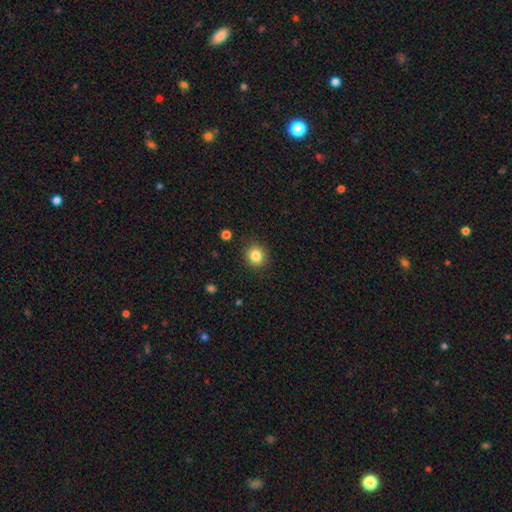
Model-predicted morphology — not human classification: smooth_or_featured: smooth (p=0.84) [alt: star or artifact p=0.11]
how_rounded: round (p=0.87) [alt: in between p=0.12]
merging: none (p=0.89) [alt: minor disturbance p=0.07]